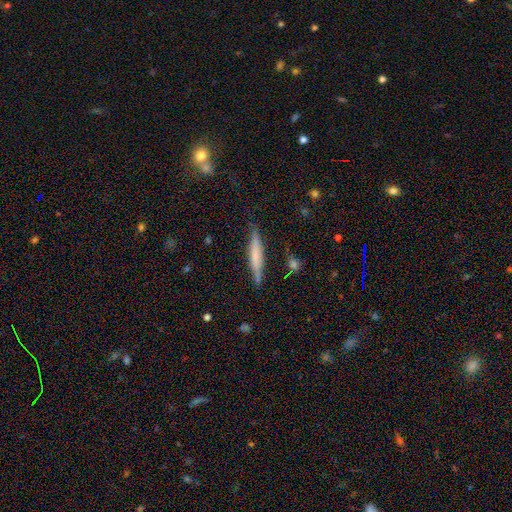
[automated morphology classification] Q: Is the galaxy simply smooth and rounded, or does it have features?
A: smooth — 54%.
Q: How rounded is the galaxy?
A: cigar-shaped — 91%.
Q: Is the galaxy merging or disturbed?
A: none — 81%.